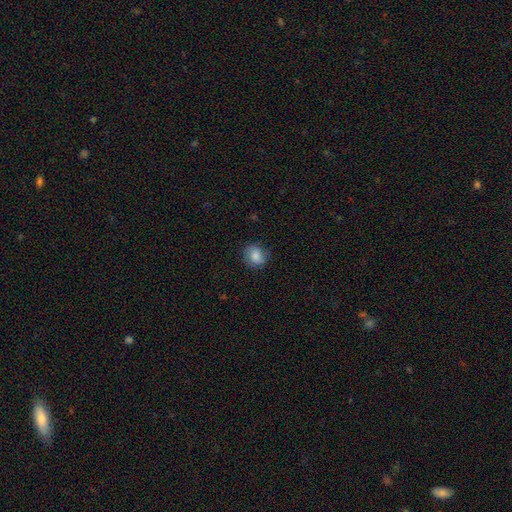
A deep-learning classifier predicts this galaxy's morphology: The model was most divided on "how rounded": round: 64%, in between: 35%, cigar-shaped: 1%. More confident: smooth or featured — smooth (82%); merging — none (74%).